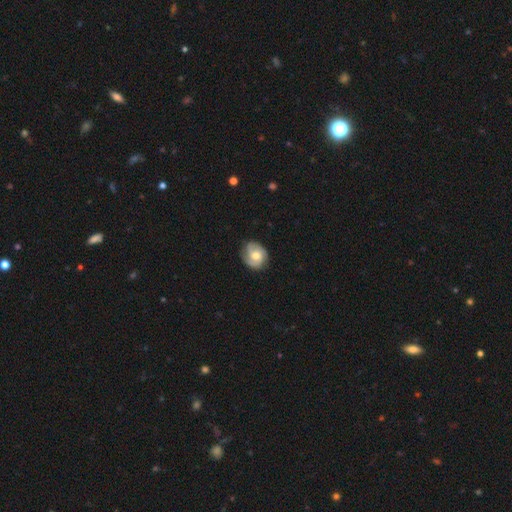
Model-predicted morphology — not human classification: This appears to be a featured or disk galaxy (67%) with no bar (61%), 2 (58%) tight (44%) spiral arms (91%) and a moderate central bulge (71%). Merging: none (76%).